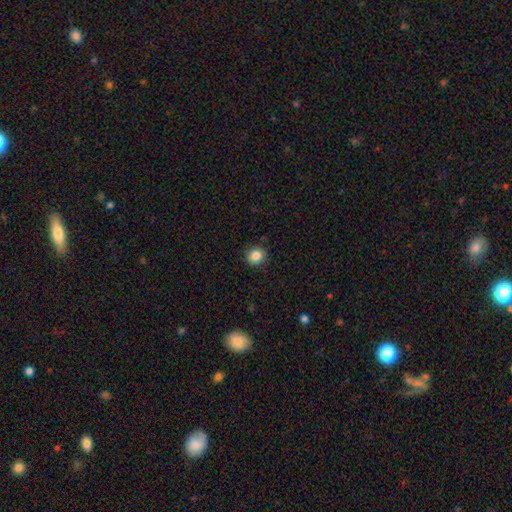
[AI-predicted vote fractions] Morphology: type=smooth (85%); roundness=round (87%); merging=none (90%).